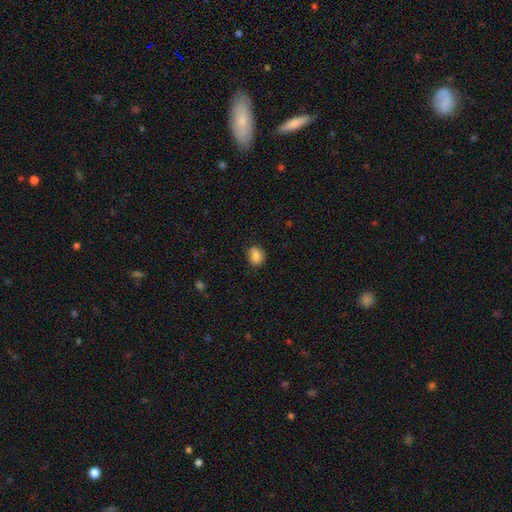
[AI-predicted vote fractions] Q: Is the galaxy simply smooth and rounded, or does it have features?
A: smooth — 80%.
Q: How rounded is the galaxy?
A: round — 55%.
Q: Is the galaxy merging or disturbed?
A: none — 77%.